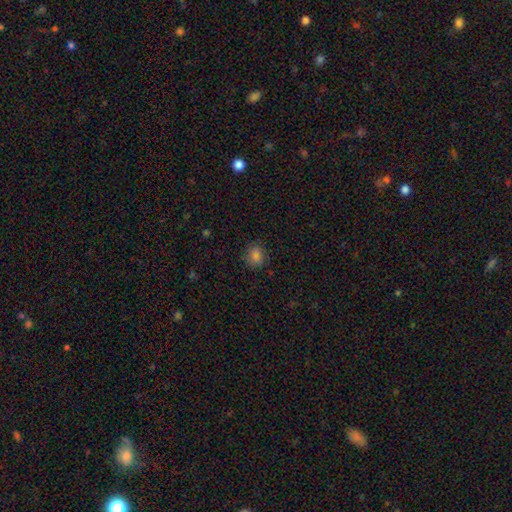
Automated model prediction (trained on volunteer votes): Smooth or featured? Predicted: smooth (p=0.81). How rounded? Predicted: round (p=0.64). Merging? Predicted: none (p=0.83).